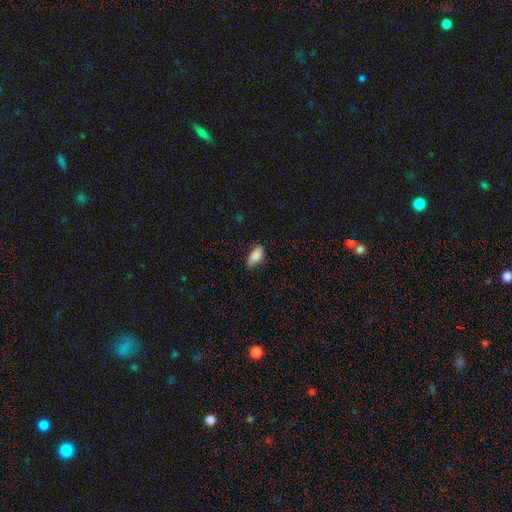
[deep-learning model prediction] smooth-or-featured: smooth: 89% | star or artifact: 7% | featured or disk: 4%
  how-rounded: in between: 92% | cigar-shaped: 5% | round: 3%
  merging: none: 74% | minor disturbance: 22% | major disturbance: 3% | merger: 1%